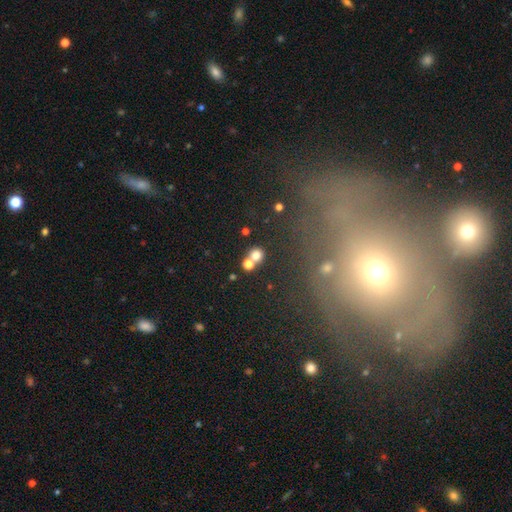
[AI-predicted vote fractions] A smooth galaxy with no disk features (76%) that is round (84%).

Vote fractions:
- Smooth or featured? smooth: 76% / star or artifact: 16% / featured or disk: 8%
- How rounded? round: 84% / in between: 15% / cigar-shaped: 1%
- Merging? none: 55% / merger: 34% / minor disturbance: 7% / major disturbance: 4%